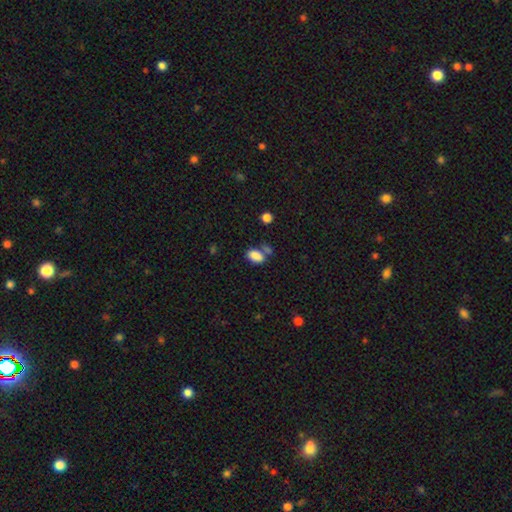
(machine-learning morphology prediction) Smooth or featured? Predicted: smooth (p=0.85). How rounded? Predicted: in between (p=0.89). Merging? Predicted: none (p=0.53).